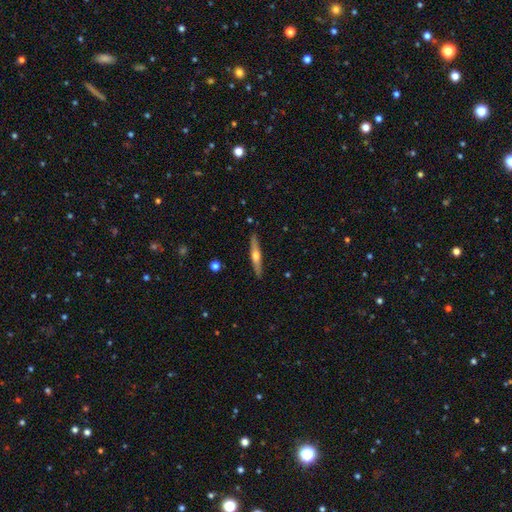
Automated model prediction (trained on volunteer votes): Smooth or featured?
  - featured or disk: 57% *
  - smooth: 37%
  - star or artifact: 6%
Edge-on disk?
  - yes: 95% *
  - no: 5%
Edge-on bulge?
  - rounded: 88% *
  - none: 8%
  - boxy: 4%
Merging?
  - none: 89% *
  - minor disturbance: 8%
  - major disturbance: 2%
  - merger: 1%